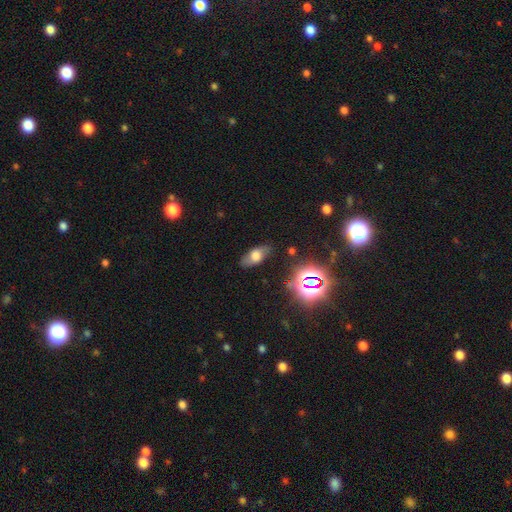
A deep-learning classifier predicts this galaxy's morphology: Smooth or featured? smooth (56%)
How rounded? in between (85%)
Merging? none (79%)